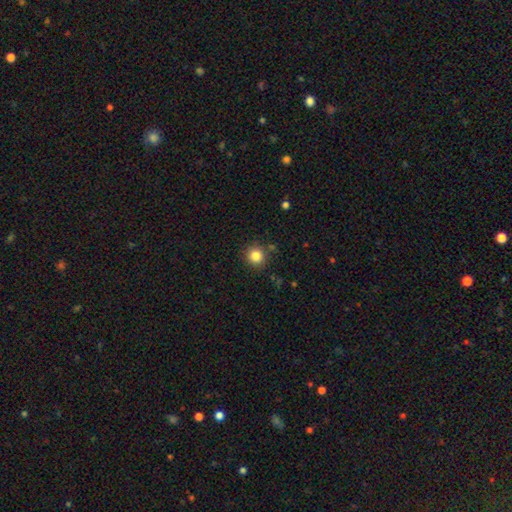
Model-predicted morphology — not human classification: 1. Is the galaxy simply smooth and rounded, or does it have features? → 84% smooth, 11% star or artifact, 5% featured or disk.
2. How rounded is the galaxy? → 93% round, 7% in between, 1% cigar-shaped.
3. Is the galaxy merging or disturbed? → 86% none, 8% minor disturbance, 3% merger, 3% major disturbance.